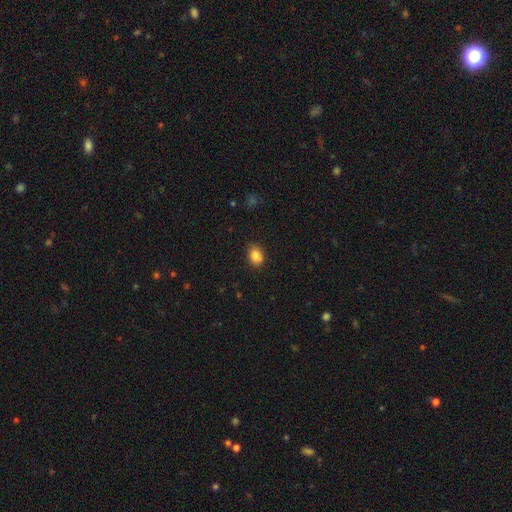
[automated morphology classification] Overall: smooth (85%). How rounded: in between (56%; round 43%). Merging: none (83%).